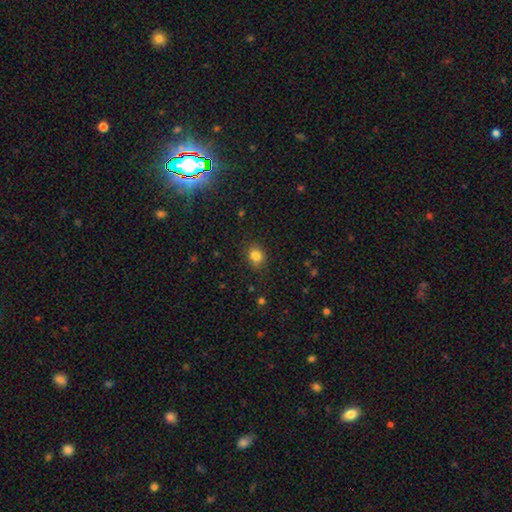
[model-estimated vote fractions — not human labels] A smooth galaxy with no disk features (83%) that is round (58%).

Vote fractions:
- Smooth or featured? smooth: 83% / star or artifact: 11% / featured or disk: 6%
- How rounded? round: 58% / in between: 41% / cigar-shaped: 1%
- Merging? none: 84% / minor disturbance: 12% / major disturbance: 3% / merger: 1%